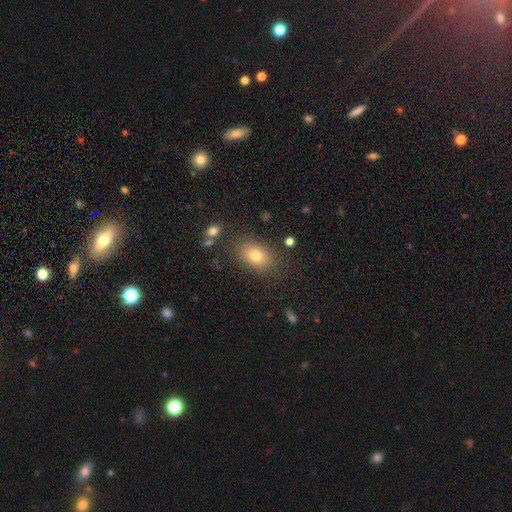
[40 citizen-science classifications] This is clearly a smooth galaxy (88%). How rounded: clearly in between (83%). Merging: clearly none (87%).